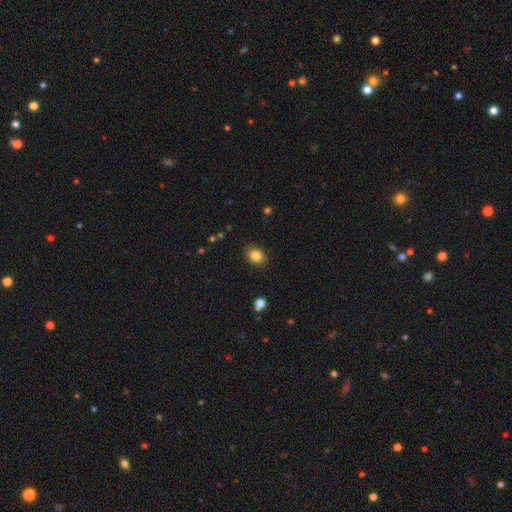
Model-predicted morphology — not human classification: The model was most divided on "how rounded": in between: 53%, round: 46%, cigar-shaped: 1%. More confident: merging — none (87%); smooth or featured — smooth (83%).